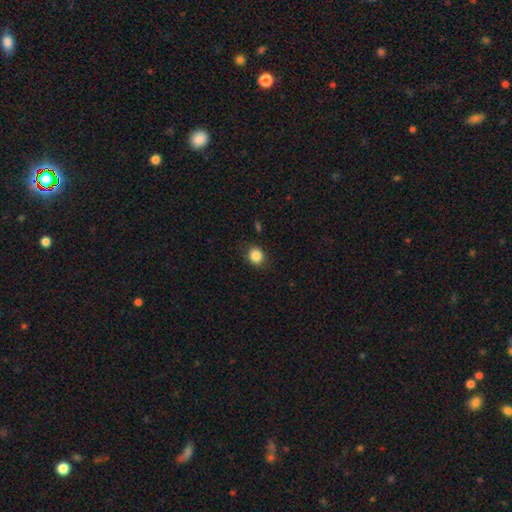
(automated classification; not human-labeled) A smooth galaxy with no disk features (86%) that is round (73%). Merging: none (84%).